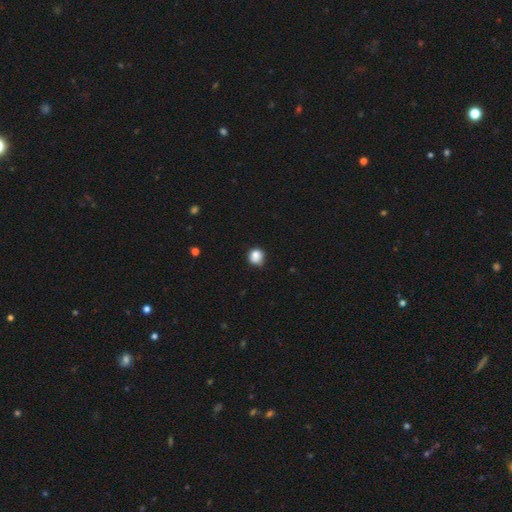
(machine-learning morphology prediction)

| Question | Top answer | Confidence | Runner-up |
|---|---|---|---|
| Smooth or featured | smooth | 85% | star or artifact (10%) |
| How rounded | round | 84% | in between (15%) |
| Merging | none | 71% | minor disturbance (23%) |